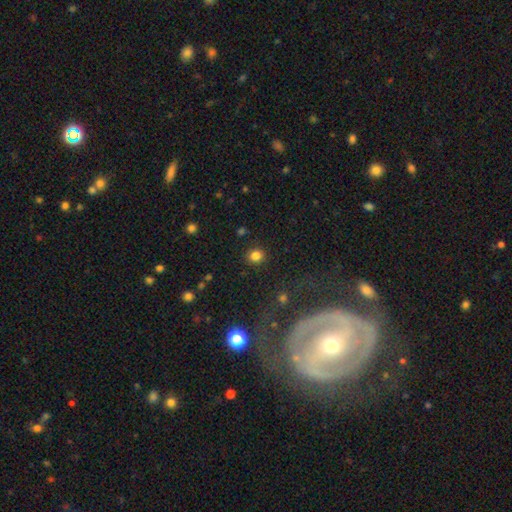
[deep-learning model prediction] A smooth galaxy with no disk features (82%) that is round (86%).

Vote fractions:
- Smooth or featured? smooth: 82% / star or artifact: 13% / featured or disk: 5%
- How rounded? round: 86% / in between: 13% / cigar-shaped: 1%
- Merging? none: 90% / minor disturbance: 6% / major disturbance: 2% / merger: 2%